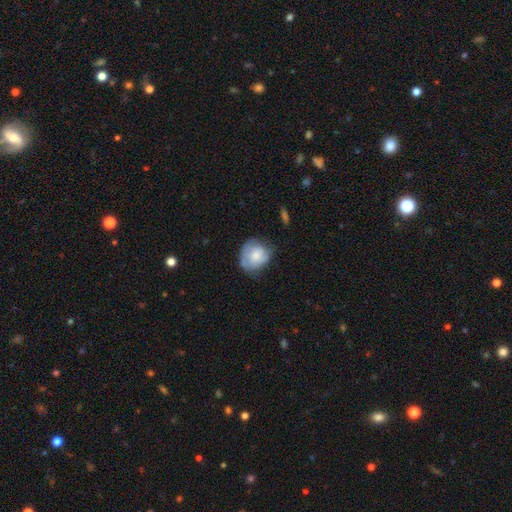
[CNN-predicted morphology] A smooth galaxy with no disk features (61%) that is round (70%). Merging: none (52%).